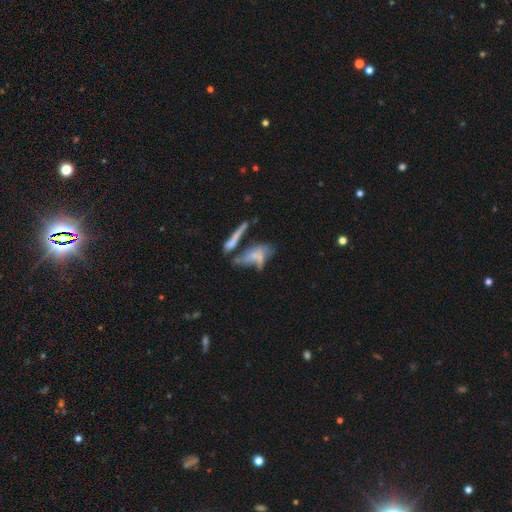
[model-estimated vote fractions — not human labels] A smooth galaxy with no disk features (47%).

Vote fractions:
- Smooth or featured? smooth: 47% / featured or disk: 42% / star or artifact: 11%
- Merging? merger: 41% / none: 25% / major disturbance: 20% / minor disturbance: 15%